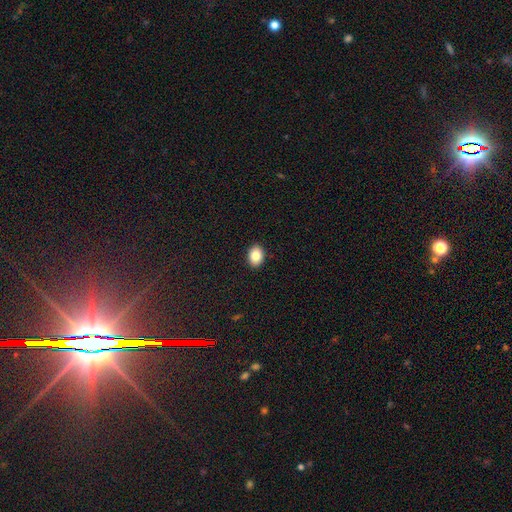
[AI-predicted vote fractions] Smooth or featured: smooth — 85% (star or artifact — 8%)
How rounded: in between — 71% (round — 28%)
Merging: none — 91% (minor disturbance — 6%)